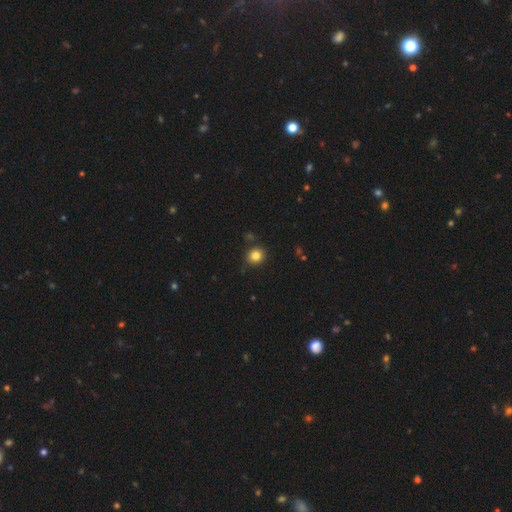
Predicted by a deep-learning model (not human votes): Smooth or featured: smooth — 82% (star or artifact — 12%)
How rounded: round — 87% (in between — 12%)
Merging: none — 87% (minor disturbance — 9%)